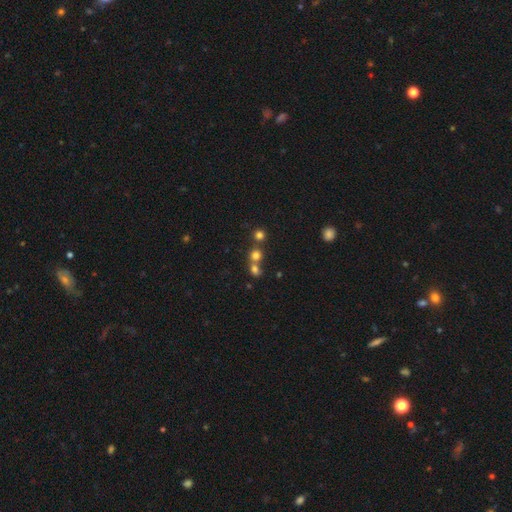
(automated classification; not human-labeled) smooth-or-featured: smooth: 71% | star or artifact: 19% | featured or disk: 10%
  how-rounded: round: 85% | in between: 13% | cigar-shaped: 1%
  merging: none: 50% | merger: 41% | minor disturbance: 6% | major disturbance: 3%